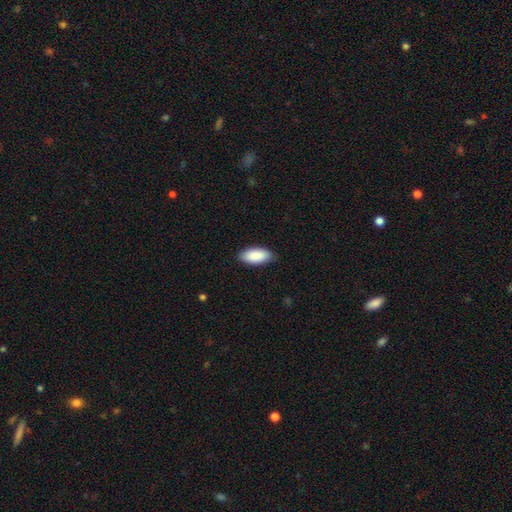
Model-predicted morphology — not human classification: This appears to be a smooth galaxy with no disk features (89%) that is in between round and cigar-shaped (91%). Merging: none (87%).